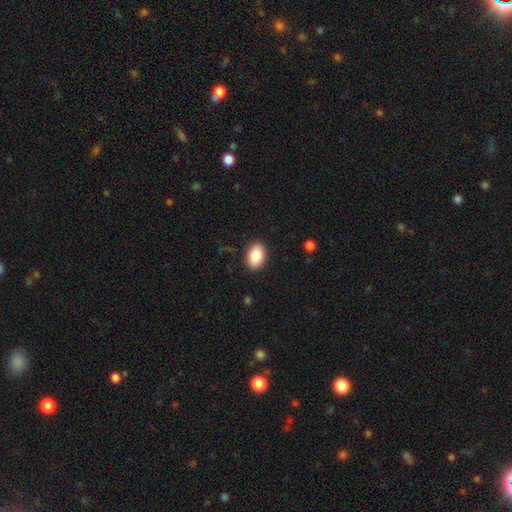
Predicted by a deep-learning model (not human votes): A smooth galaxy with no disk features (88%) that is in between round and cigar-shaped (89%). Merging: none (89%).